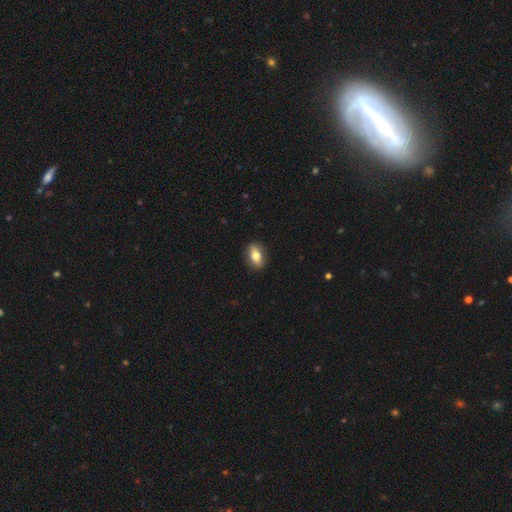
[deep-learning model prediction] Smooth or featured? smooth (72%)
How rounded? in between (78%)
Merging? none (89%)